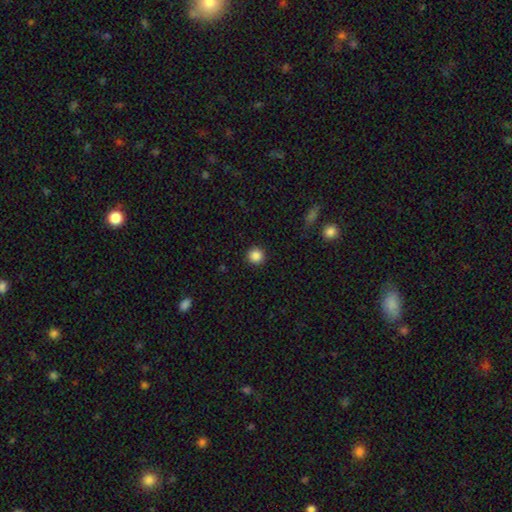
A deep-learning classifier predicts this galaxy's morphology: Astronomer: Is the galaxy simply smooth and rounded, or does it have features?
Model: smooth — 87%.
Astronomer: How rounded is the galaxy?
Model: round — 95%.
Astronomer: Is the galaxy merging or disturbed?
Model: none — 92%.